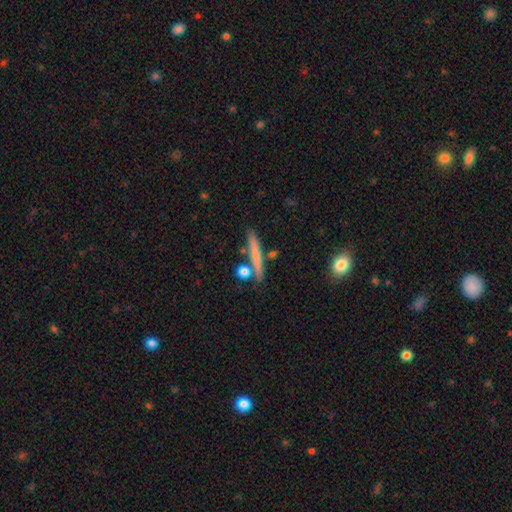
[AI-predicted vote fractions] Overall: smooth (63%; featured or disk 30%). How rounded: cigar-shaped (92%). Merging: none (79%).